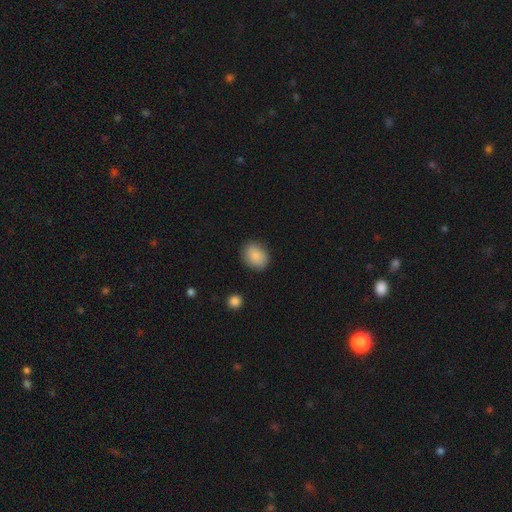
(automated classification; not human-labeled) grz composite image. It shows a smooth galaxy with no disk features (87%) that is in between round and cigar-shaped (57%). Merging: none (85%).